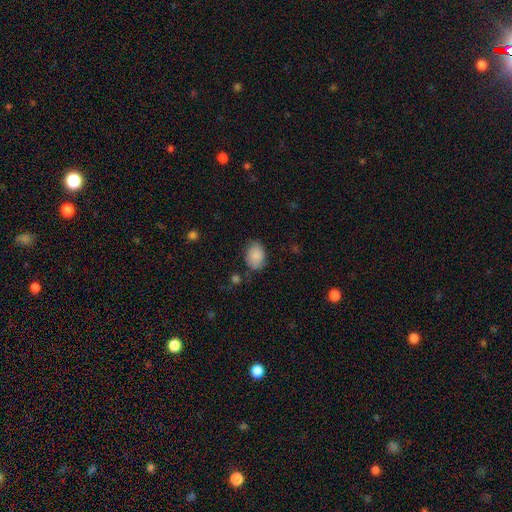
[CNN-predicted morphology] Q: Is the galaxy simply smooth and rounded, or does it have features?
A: smooth — 87%.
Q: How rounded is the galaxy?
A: in between — 73%.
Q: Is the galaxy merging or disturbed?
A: none — 72%.